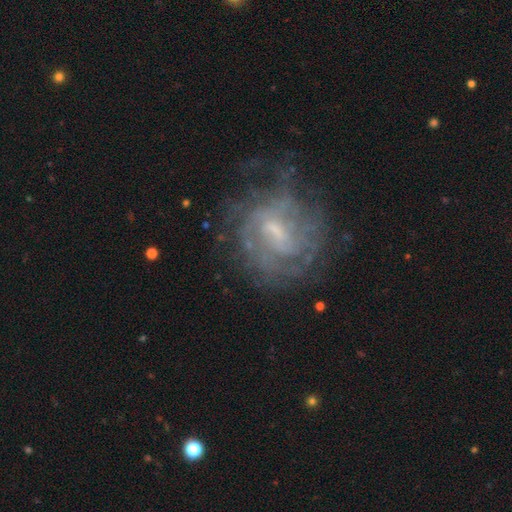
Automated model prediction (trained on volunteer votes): A featured or disk galaxy (71%) with a weak bar (55%), tight (58%) spiral arms (81%) and a small central bulge (51%).

Vote fractions:
- Smooth or featured? featured or disk: 71% / star or artifact: 15% / smooth: 14%
- Edge-on disk? no: 96% / yes: 4%
- Bar? weak: 55% / strong: 22% / no: 22%
- Spiral arms? yes: 81% / no: 19%
- Spiral winding? tight: 58% / medium: 30% / loose: 12%
- Spiral arm count? can't tell: 57% / 2: 14% / 3: 9% / 4: 9% / more than 4: 6% / 1: 5%
- Bulge size? small: 51% / moderate: 33% / none: 12% / large: 3% / dominant: 1%
- Merging? none: 70% / minor disturbance: 16% / major disturbance: 12% / merger: 2%